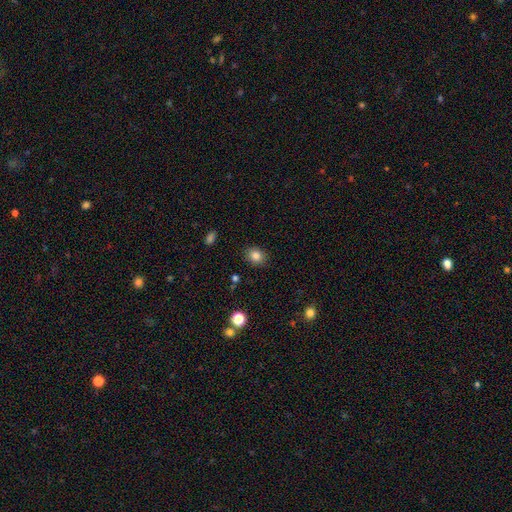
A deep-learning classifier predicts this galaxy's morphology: Smooth or featured: smooth — 84% (star or artifact — 11%)
How rounded: round — 61% (in between — 39%)
Merging: none — 88% (minor disturbance — 8%)